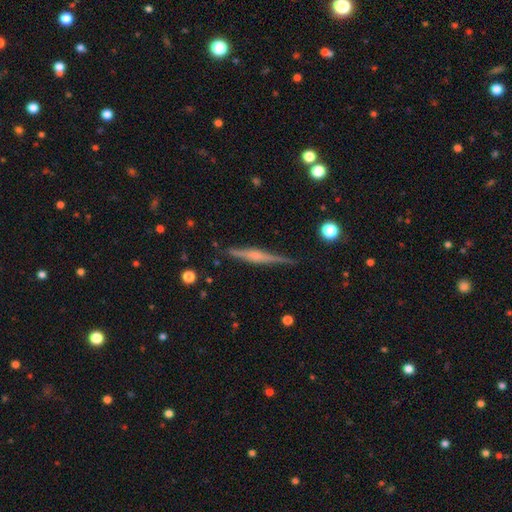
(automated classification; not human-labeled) The model was most divided on "edge-on bulge": rounded: 66%, boxy: 21%, none: 14%. More confident: edge-on disk — yes (98%); merging — none (87%); smooth or featured — featured or disk (75%).